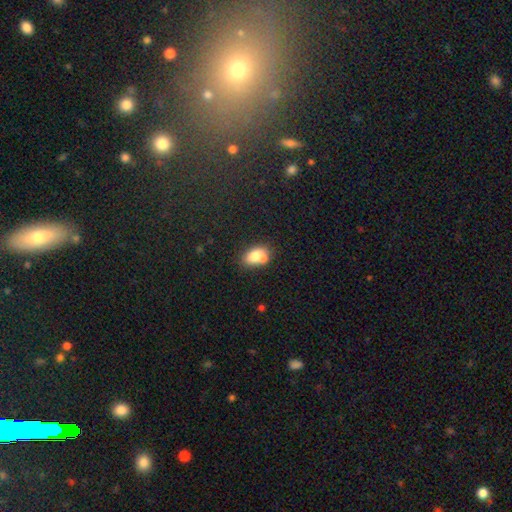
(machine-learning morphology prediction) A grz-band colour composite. It shows a smooth galaxy with no disk features (75%) that is in between round and cigar-shaped (84%). Merging: none (46%).